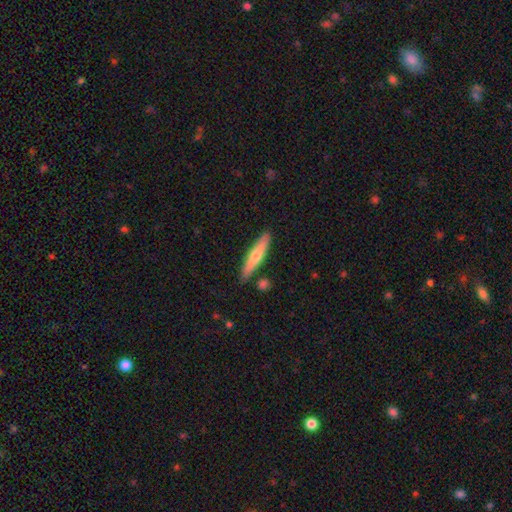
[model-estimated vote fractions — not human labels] This is possibly a smooth galaxy (49%). Merging: clearly none (84%).